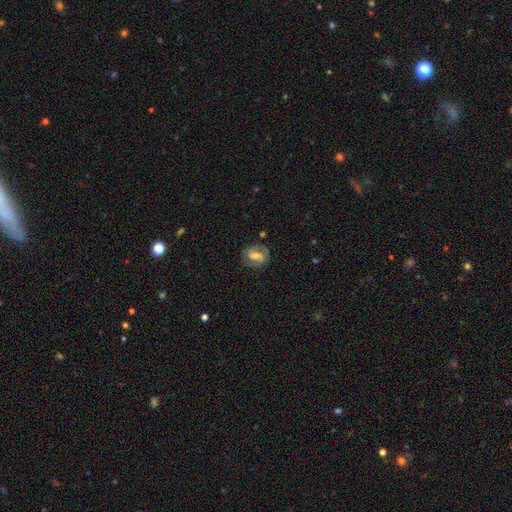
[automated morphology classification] Overall: featured or disk (65%; smooth 27%). Edge-on disk: no (97%). Bar: weak (46%; strong 33%). Spiral arms: yes (87%). Spiral arm count: 2 (81%). Spiral winding: medium (46%; tight 35%). Bulge size: moderate (39%; small 35%). Merging: none (71%).